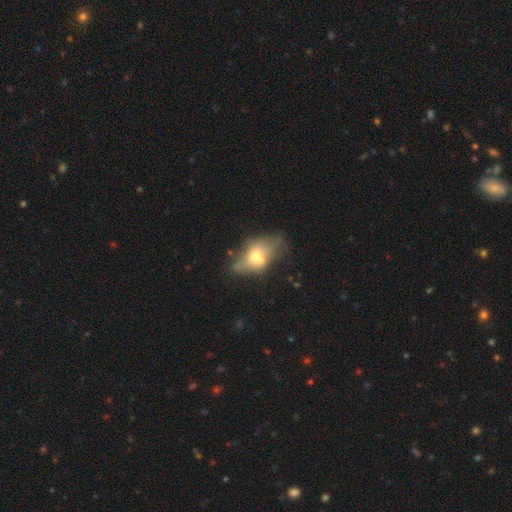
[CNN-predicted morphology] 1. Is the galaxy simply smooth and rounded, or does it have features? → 51% smooth, 39% featured or disk, 11% star or artifact.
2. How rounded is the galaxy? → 75% in between, 21% round, 4% cigar-shaped.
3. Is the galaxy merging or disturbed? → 35% merger, 29% none, 19% minor disturbance, 17% major disturbance.